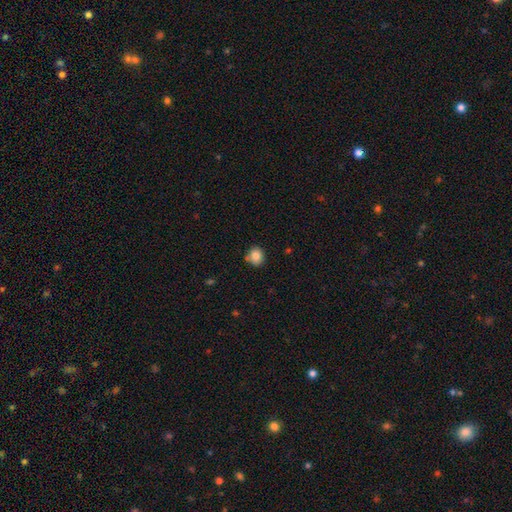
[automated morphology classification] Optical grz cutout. It shows a smooth galaxy with no disk features (82%) that is round (78%). Merging: none (78%).